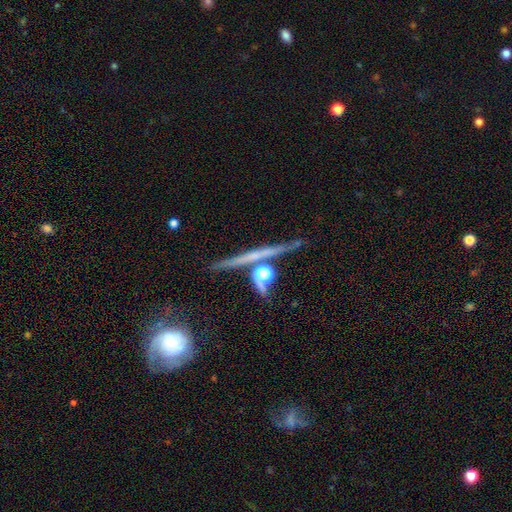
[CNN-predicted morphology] type=featured or disk (61%); edge-on=yes (94%); edge-on bulge=none (61%); merging=none (79%).